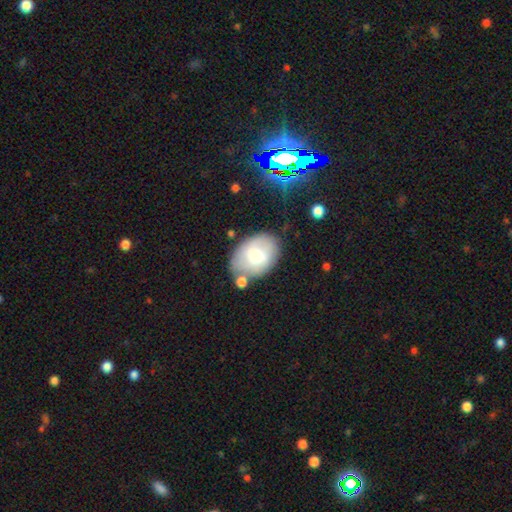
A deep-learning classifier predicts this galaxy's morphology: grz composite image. It shows a smooth galaxy with no disk features (63%) that is in between round and cigar-shaped (77%). Merging: none (66%).